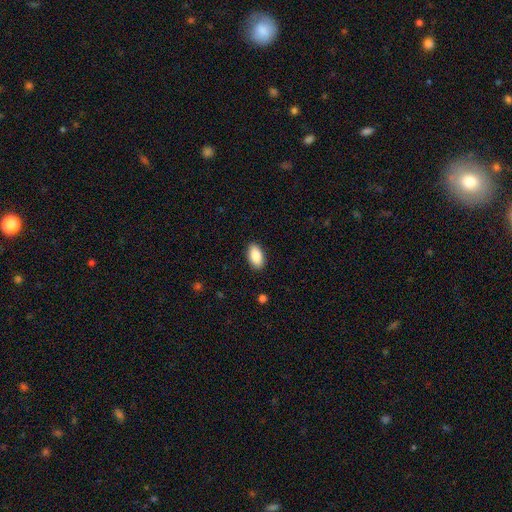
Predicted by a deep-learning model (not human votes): This is clearly a smooth galaxy (88%). How rounded: clearly in between (93%). Merging: clearly none (89%).